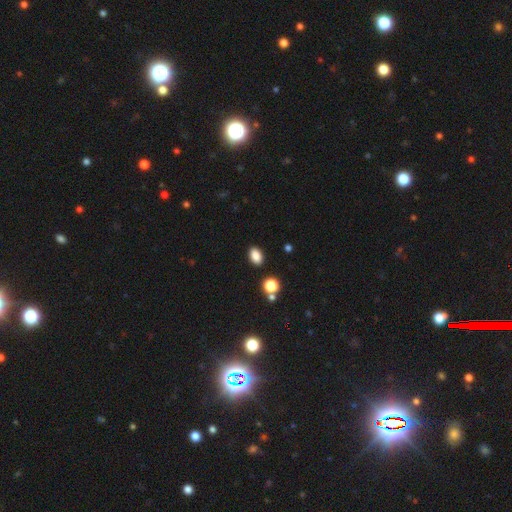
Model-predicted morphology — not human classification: type=smooth (85%); roundness=in between (86%); merging=none (87%).